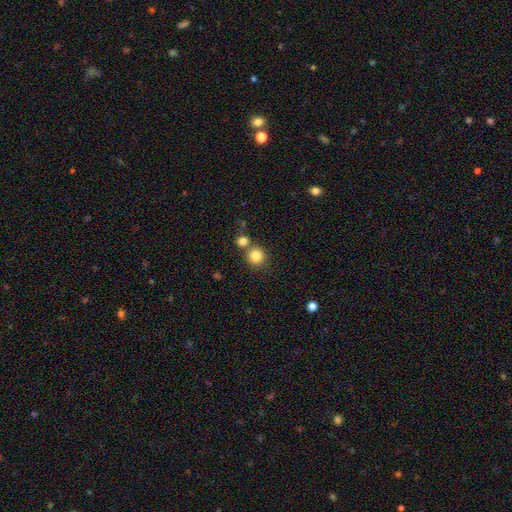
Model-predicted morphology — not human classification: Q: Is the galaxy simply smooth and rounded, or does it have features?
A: smooth — 83%.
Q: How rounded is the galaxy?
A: round — 92%.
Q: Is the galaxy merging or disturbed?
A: none — 67%.